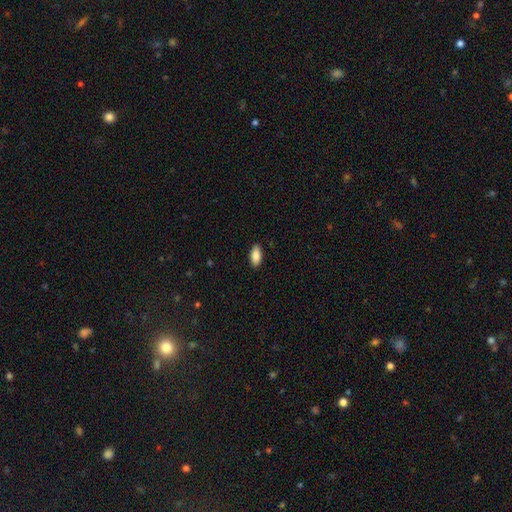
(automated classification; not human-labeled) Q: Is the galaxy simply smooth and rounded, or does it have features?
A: smooth — 87%.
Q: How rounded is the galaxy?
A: in between — 91%.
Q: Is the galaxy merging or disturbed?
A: none — 89%.